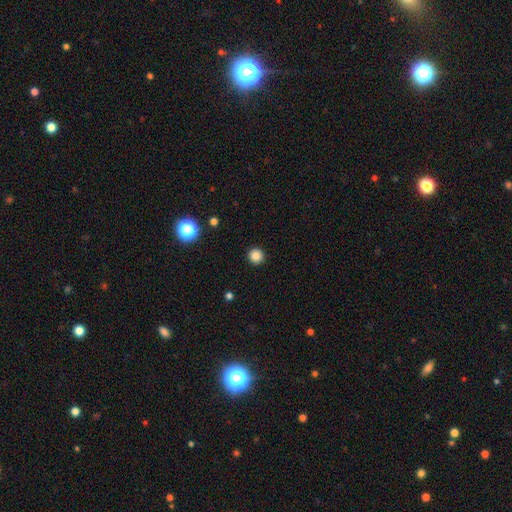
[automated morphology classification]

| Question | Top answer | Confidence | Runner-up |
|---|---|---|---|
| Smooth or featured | smooth | 85% | star or artifact (12%) |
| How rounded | round | 96% | in between (3%) |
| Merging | none | 93% | minor disturbance (4%) |